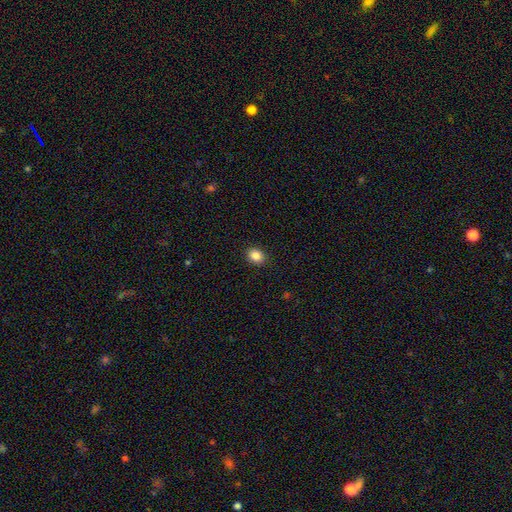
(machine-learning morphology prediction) type=smooth (86%); roundness=in between (54%); merging=none (90%).